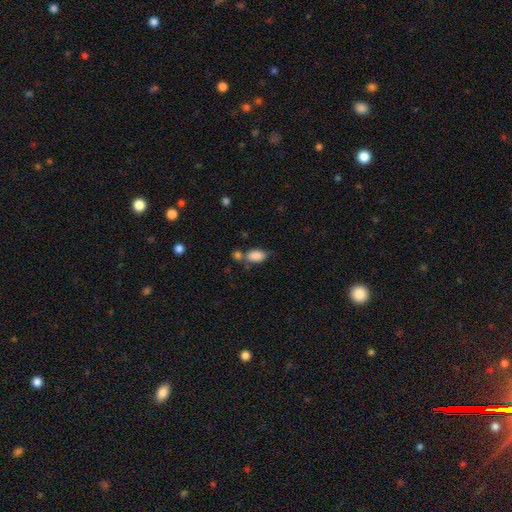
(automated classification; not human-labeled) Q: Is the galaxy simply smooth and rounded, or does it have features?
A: smooth — 86%.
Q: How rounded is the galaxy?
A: in between — 91%.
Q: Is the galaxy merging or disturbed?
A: none — 48%.